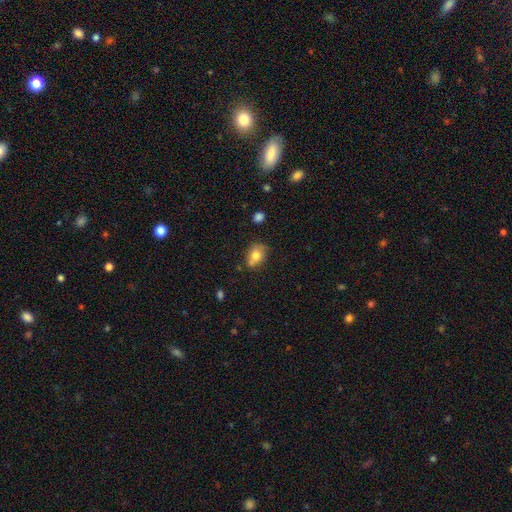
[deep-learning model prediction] A smooth galaxy with no disk features (75%) that is in between round and cigar-shaped (58%).

Vote fractions:
- Smooth or featured? smooth: 75% / featured or disk: 15% / star or artifact: 10%
- How rounded? in between: 58% / round: 40% / cigar-shaped: 1%
- Merging? none: 52% / minor disturbance: 24% / merger: 16% / major disturbance: 7%